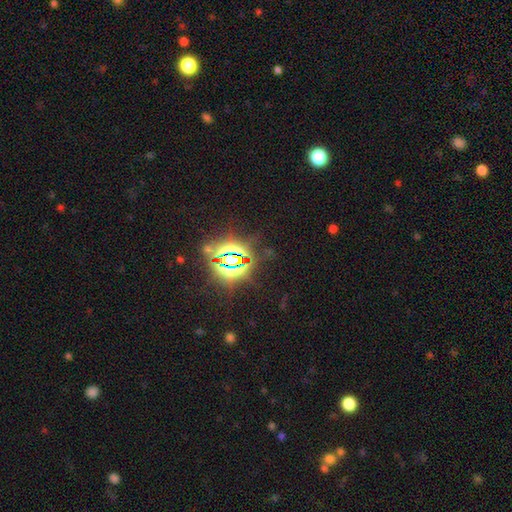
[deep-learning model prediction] Smooth or featured? Predicted: star or artifact (p=0.83).